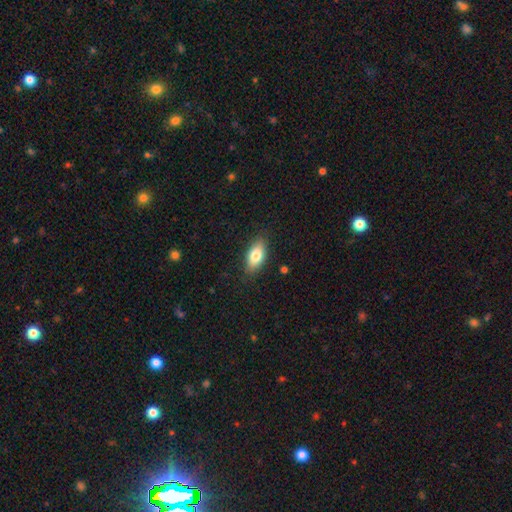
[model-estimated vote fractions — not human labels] smooth-or-featured: smooth: 79% | featured or disk: 14% | star or artifact: 7%
  how-rounded: in between: 87% | cigar-shaped: 8% | round: 4%
  merging: none: 85% | minor disturbance: 12% | major disturbance: 2% | merger: 1%